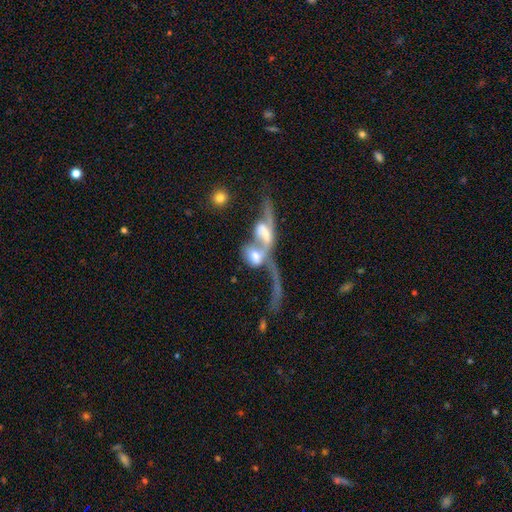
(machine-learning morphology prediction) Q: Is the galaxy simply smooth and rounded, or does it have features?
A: featured or disk — 60%.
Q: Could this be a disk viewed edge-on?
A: no — 82%.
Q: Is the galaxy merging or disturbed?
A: merger — 75%.